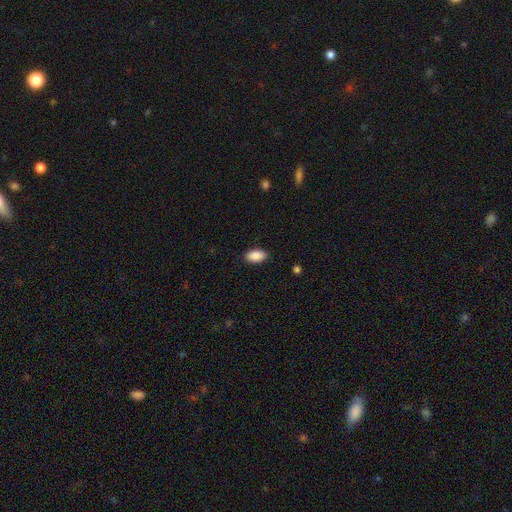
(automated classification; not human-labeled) Smooth or featured? smooth (90%)
How rounded? in between (93%)
Merging? none (87%)